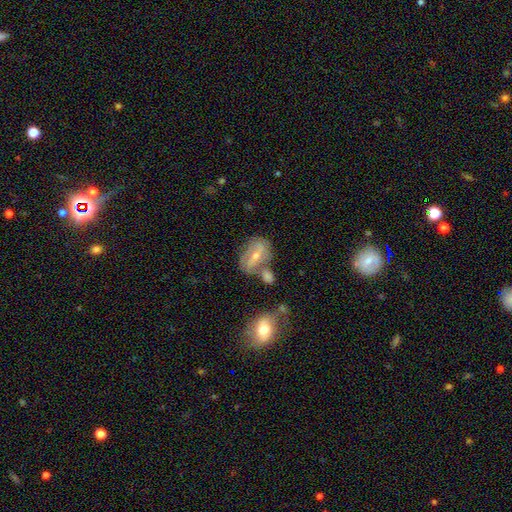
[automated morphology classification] featured or disk 56%, smooth 32%, star or artifact 12%. Down the decision tree: edge-on disk — no (92%); bar — weak (39%); spiral arms — yes (61%); bulge size — small (50%); merging — none (55%).